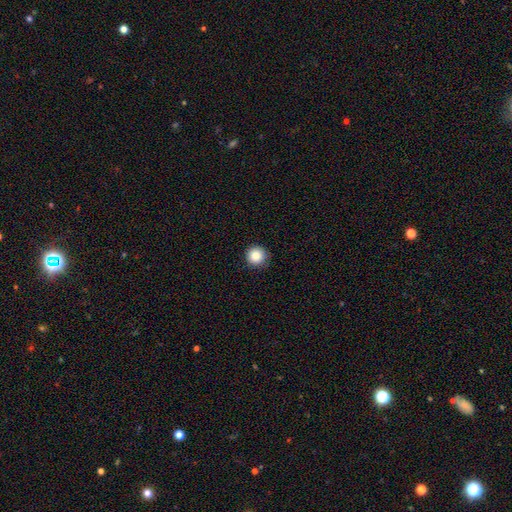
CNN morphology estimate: A smooth galaxy with no disk features (85%) that is round (96%). Merging: none (89%).